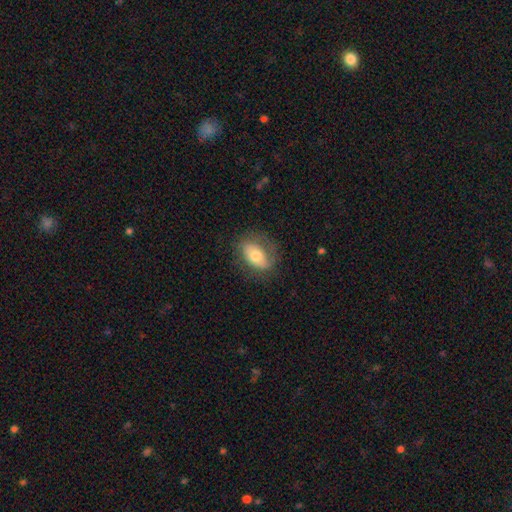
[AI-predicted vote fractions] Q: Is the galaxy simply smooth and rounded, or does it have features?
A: smooth — 59%.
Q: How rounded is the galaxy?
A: in between — 83%.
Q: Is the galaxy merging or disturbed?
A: none — 68%.